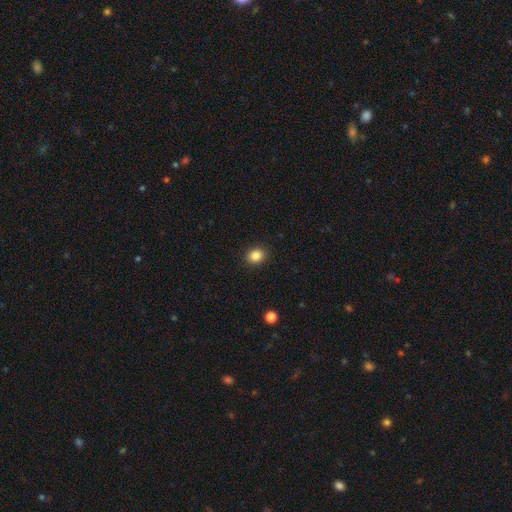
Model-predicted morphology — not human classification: A smooth galaxy with no disk features (85%) that is round (69%). Merging: none (91%).